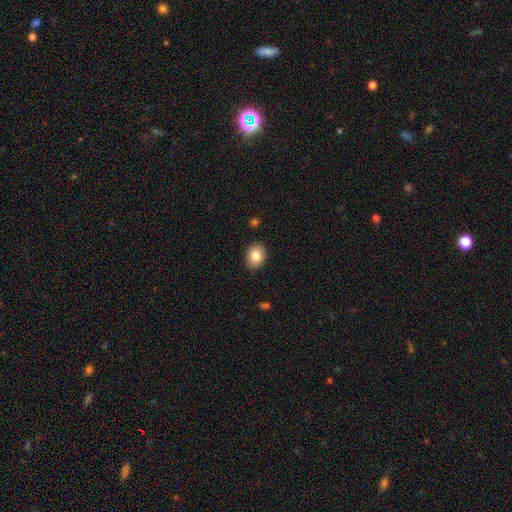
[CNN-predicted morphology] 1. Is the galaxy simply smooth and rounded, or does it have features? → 83% smooth, 9% featured or disk, 8% star or artifact.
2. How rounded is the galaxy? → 59% in between, 40% round, 1% cigar-shaped.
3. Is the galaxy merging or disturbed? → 89% none, 8% minor disturbance, 2% major disturbance, 1% merger.